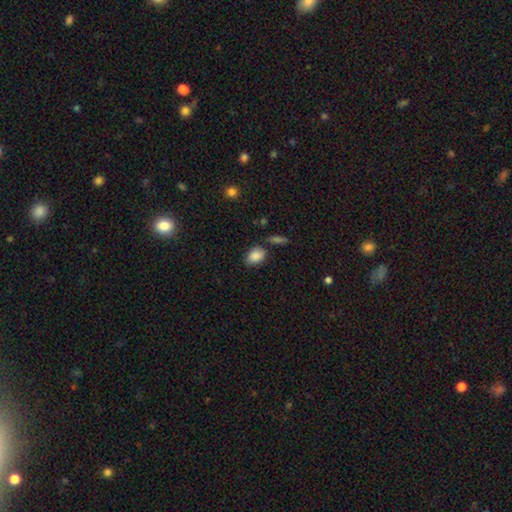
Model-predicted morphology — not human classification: type=smooth (87%); roundness=in between (84%); merging=none (75%).